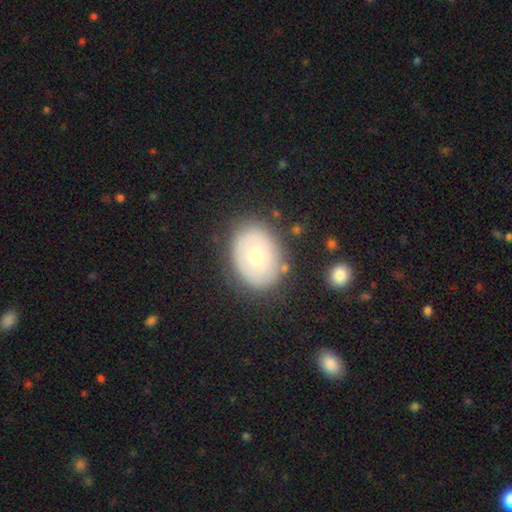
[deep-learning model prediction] This appears to be a smooth galaxy with no disk features (52%) that is in between round and cigar-shaped (63%). Merging: none (81%).